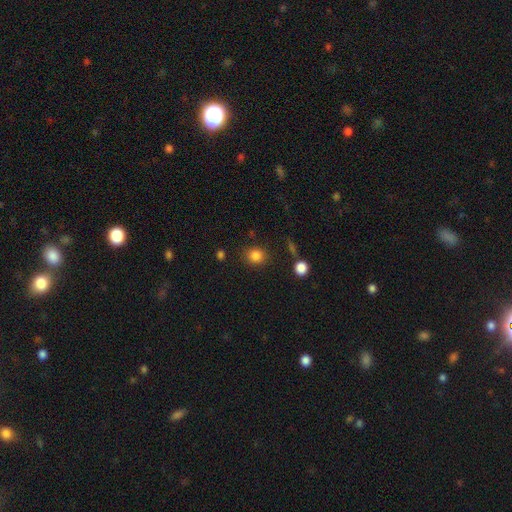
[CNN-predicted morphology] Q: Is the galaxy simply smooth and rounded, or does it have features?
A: smooth — 84%.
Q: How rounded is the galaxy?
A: round — 81%.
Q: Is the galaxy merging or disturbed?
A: none — 85%.